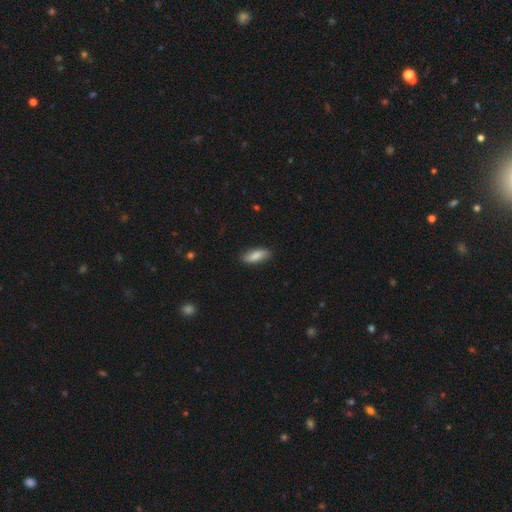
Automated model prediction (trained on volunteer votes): This is clearly a smooth galaxy (83%). How rounded: likely in between (74%). Merging: clearly none (86%).